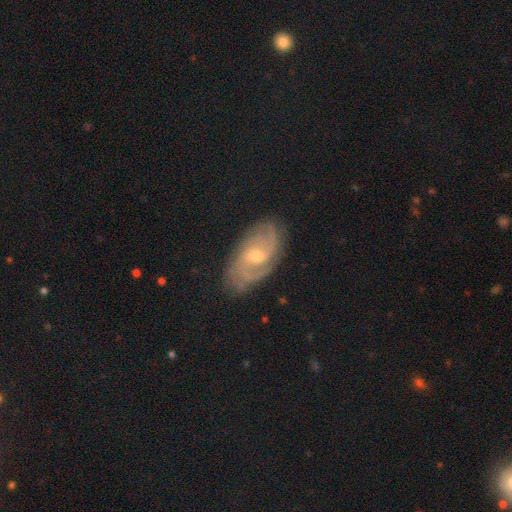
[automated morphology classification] smooth-or-featured: featured or disk: 84% | smooth: 10% | star or artifact: 6%
  disk-edge-on: no: 95% | yes: 5%
    bar: weak: 51% | no: 39% | strong: 10%
    has-spiral-arms: yes: 96% | no: 4%
      spiral-winding: medium: 44% | tight: 41% | loose: 14%
      spiral-arm-count: 2: 51% | can't tell: 20% | 3: 17% | 4: 4% | 1: 4% | more than 4: 4%
    bulge-size: small: 50% | moderate: 47% | large: 2% | none: 1% | dominant: 1%
  merging: none: 76% | minor disturbance: 18% | major disturbance: 5% | merger: 1%